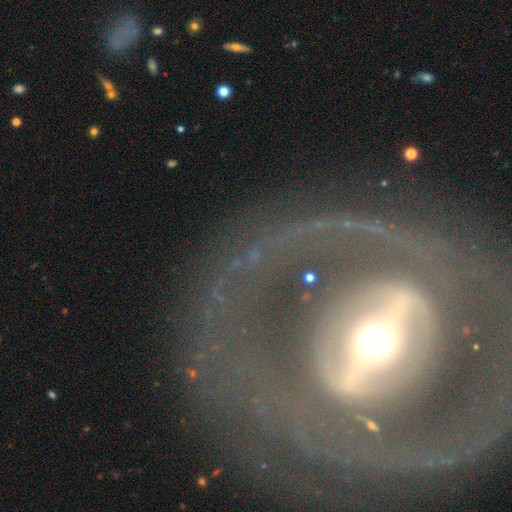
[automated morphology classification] A featured or disk galaxy (82%) with a strong bar (61%), spiral arms (61%) and a moderate central bulge (61%).

Vote fractions:
- Smooth or featured? featured or disk: 82% / smooth: 10% / star or artifact: 8%
- Edge-on disk? no: 90% / yes: 10%
- Bar? strong: 61% / weak: 23% / no: 16%
- Spiral arms? yes: 61% / no: 39%
- Bulge size? moderate: 61% / small: 18% / large: 16% / dominant: 3% / none: 1%
- Merging? none: 63% / major disturbance: 22% / minor disturbance: 12% / merger: 3%